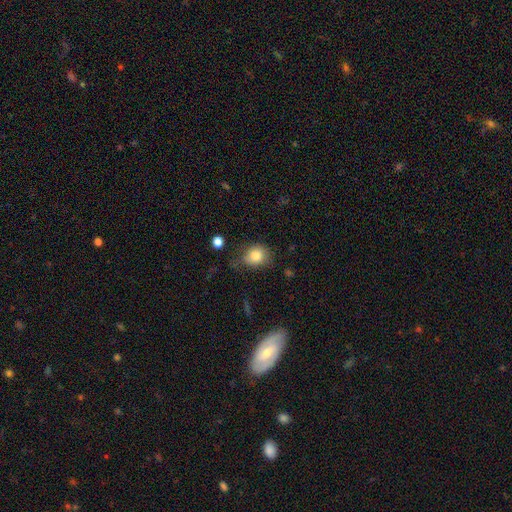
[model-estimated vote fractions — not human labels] This appears to be a smooth galaxy with no disk features (82%) that is round (61%). Merging: none (58%).